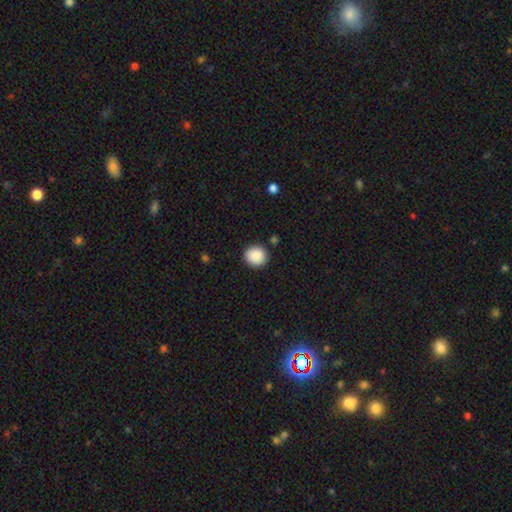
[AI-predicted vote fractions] A smooth galaxy with no disk features (89%) that is round (91%). Merging: none (89%).